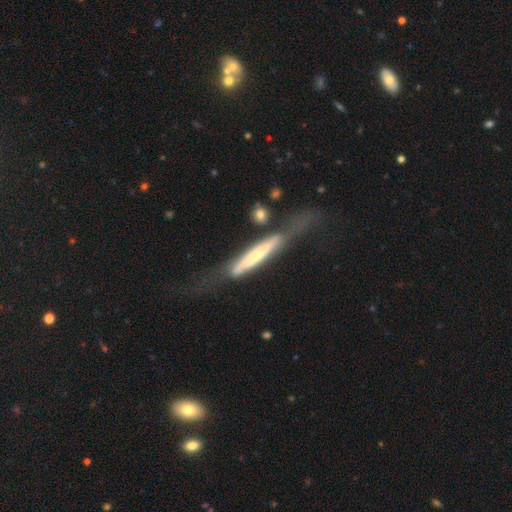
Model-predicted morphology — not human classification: smooth_or_featured: featured or disk (p=0.56) [alt: smooth p=0.39]
disk_edge_on: yes (p=0.78) [alt: no p=0.22]
merging: none (p=0.40) [alt: major disturbance p=0.28]